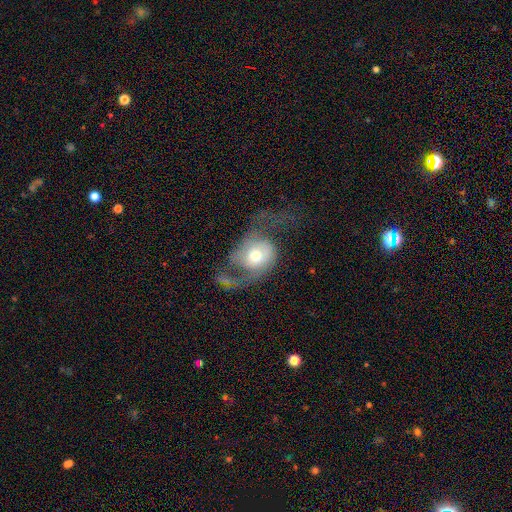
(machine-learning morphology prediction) smooth_or_featured: featured or disk (p=0.59) [alt: smooth p=0.35]
disk_edge_on: no (p=0.96) [alt: yes p=0.04]
bar: no (p=0.74) [alt: weak p=0.20]
has_spiral_arms: yes (p=0.76) [alt: no p=0.24]
bulge_size: moderate (p=0.64) [alt: large p=0.16]
merging: major disturbance (p=0.53) [alt: none p=0.26]